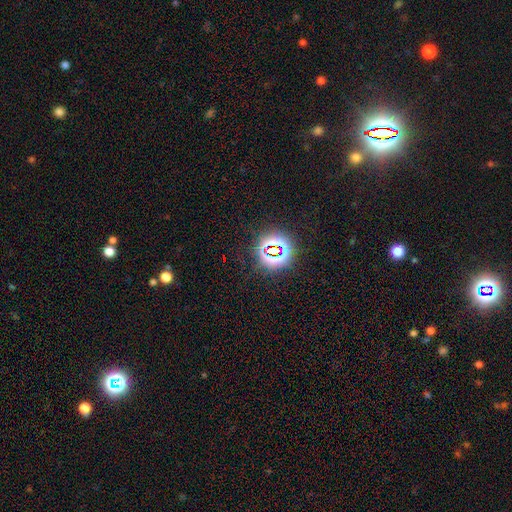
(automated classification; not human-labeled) Smooth or featured?
  - star or artifact: 79% *
  - smooth: 13%
  - featured or disk: 8%